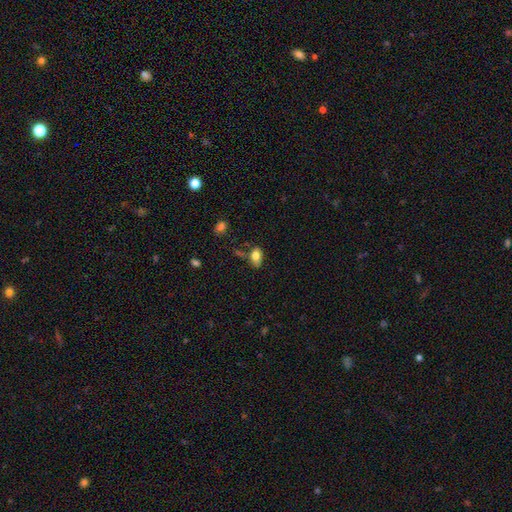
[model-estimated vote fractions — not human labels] The model was most divided on "merging": none: 66%, minor disturbance: 22%, merger: 7%, major disturbance: 5%. More confident: how rounded — in between (86%); smooth or featured — smooth (78%).